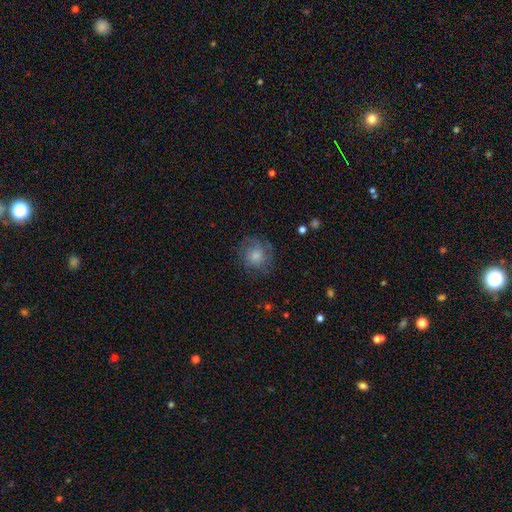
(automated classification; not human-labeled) A featured or disk galaxy (45%).

Vote fractions:
- Smooth or featured? featured or disk: 45% / smooth: 41% / star or artifact: 13%
- Merging? none: 76% / minor disturbance: 16% / major disturbance: 8% / merger: 1%